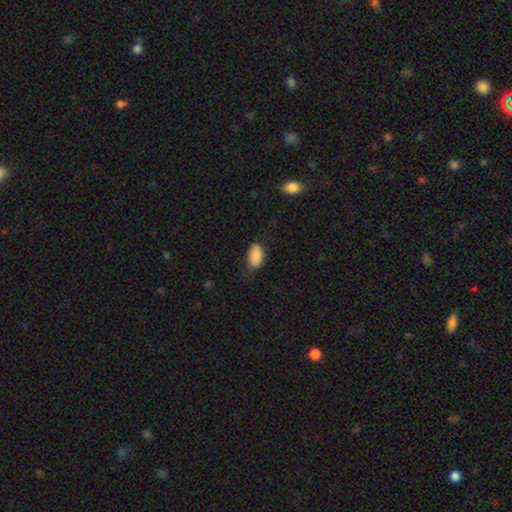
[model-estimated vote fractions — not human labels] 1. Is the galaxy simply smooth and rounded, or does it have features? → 88% smooth, 7% star or artifact, 5% featured or disk.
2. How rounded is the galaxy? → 93% in between, 5% round, 2% cigar-shaped.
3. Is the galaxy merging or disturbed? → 72% none, 22% minor disturbance, 5% major disturbance, 1% merger.